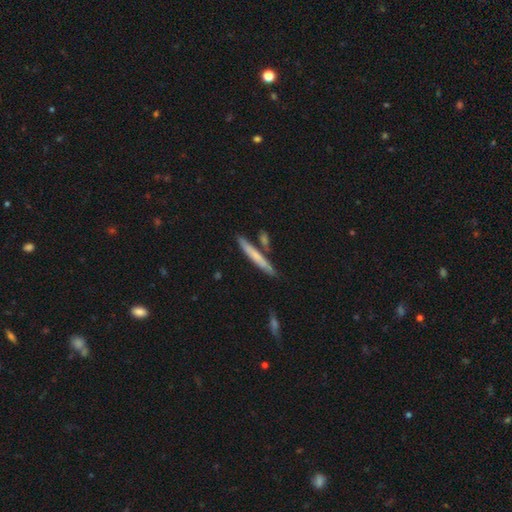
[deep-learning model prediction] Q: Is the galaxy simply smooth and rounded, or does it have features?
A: smooth — 62%.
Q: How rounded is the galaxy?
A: cigar-shaped — 94%.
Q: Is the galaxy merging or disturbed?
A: none — 77%.